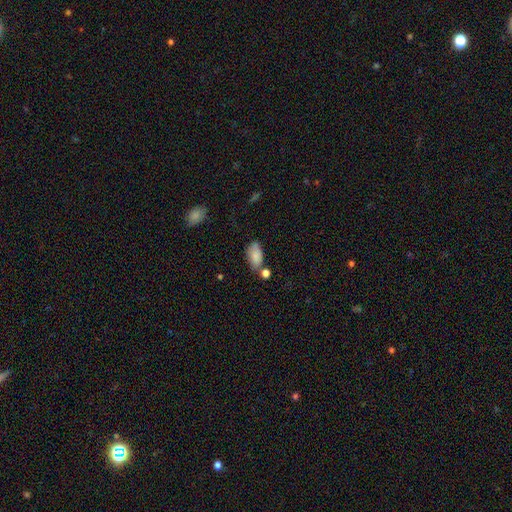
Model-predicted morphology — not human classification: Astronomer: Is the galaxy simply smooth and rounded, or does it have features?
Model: smooth — 84%.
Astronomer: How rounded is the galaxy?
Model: in between — 93%.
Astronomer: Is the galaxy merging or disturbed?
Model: none — 56%.